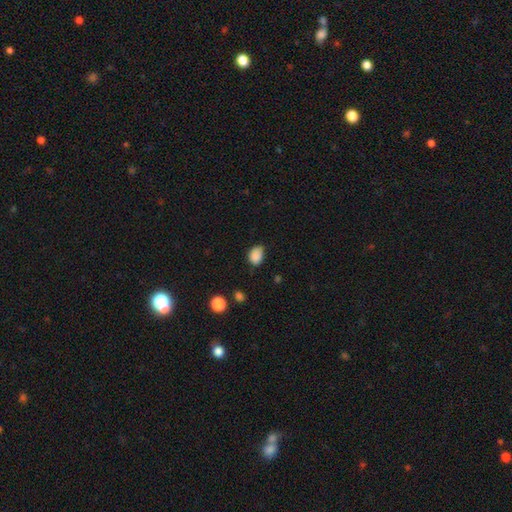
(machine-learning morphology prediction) type=smooth (86%); roundness=in between (67%); merging=none (57%).